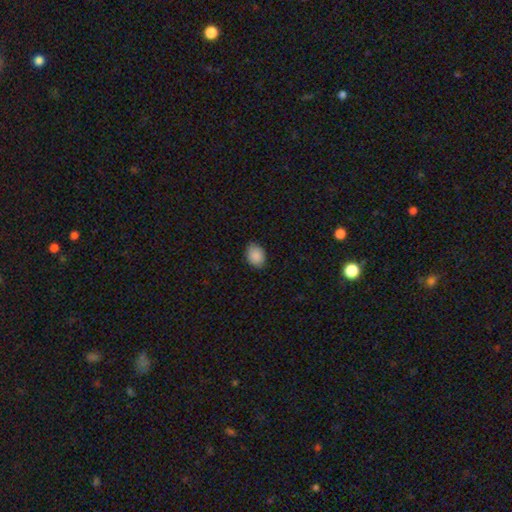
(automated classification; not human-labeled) smooth 89%, star or artifact 7%, featured or disk 4%. Down the decision tree: how rounded — in between (71%); merging — none (83%).